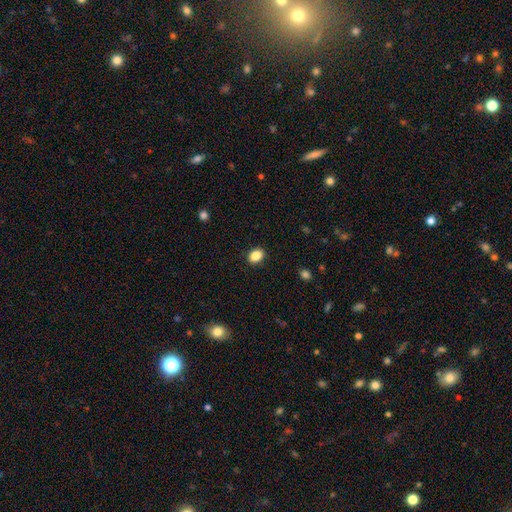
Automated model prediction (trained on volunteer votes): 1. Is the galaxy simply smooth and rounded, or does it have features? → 87% smooth, 9% star or artifact, 4% featured or disk.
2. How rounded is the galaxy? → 64% in between, 35% round, 1% cigar-shaped.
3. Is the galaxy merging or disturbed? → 89% none, 8% minor disturbance, 2% major disturbance, 1% merger.